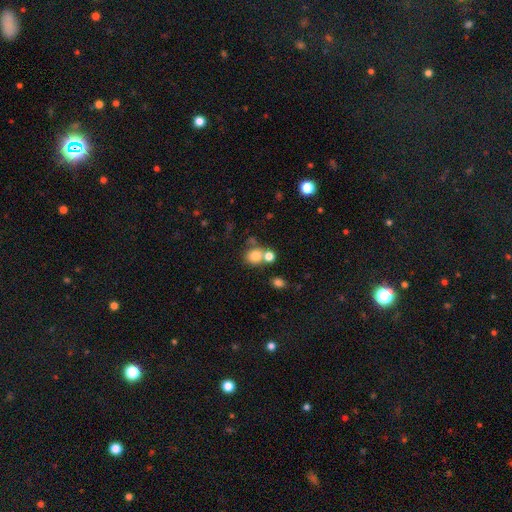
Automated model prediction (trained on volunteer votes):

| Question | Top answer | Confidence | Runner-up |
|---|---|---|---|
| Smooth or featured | smooth | 78% | star or artifact (12%) |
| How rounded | round | 78% | in between (21%) |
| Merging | none | 52% | merger (34%) |